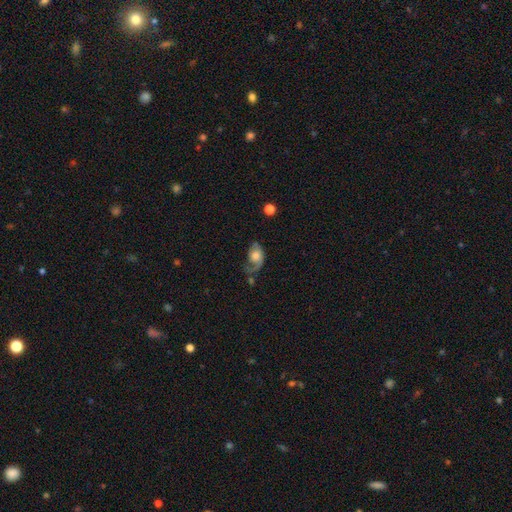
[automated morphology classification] Smooth or featured?
  - featured or disk: 59% *
  - smooth: 34%
  - star or artifact: 7%
Edge-on disk?
  - no: 95% *
  - yes: 5%
Bar?
  - no: 77% *
  - weak: 20%
  - strong: 3%
Spiral arms?
  - yes: 82% *
  - no: 18%
Bulge size?
  - moderate: 43% *
  - large: 32%
  - small: 15%
  - none: 6%
  - dominant: 4%
Merging?
  - major disturbance: 35% *
  - none: 34%
  - minor disturbance: 25%
  - merger: 6%